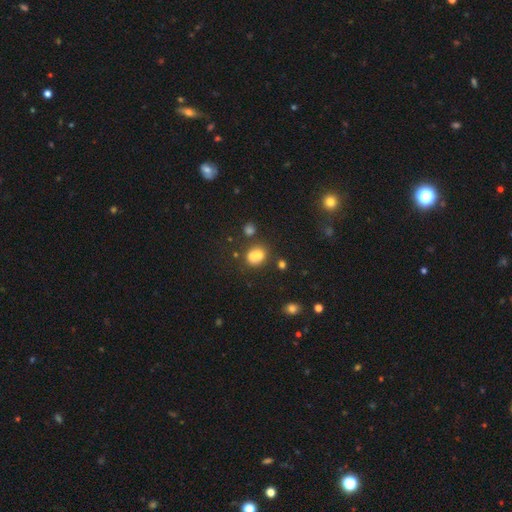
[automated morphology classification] smooth_or_featured: smooth (p=0.68) [alt: featured or disk p=0.19]
how_rounded: round (p=0.64) [alt: in between p=0.35]
merging: merger (p=0.54) [alt: none p=0.32]